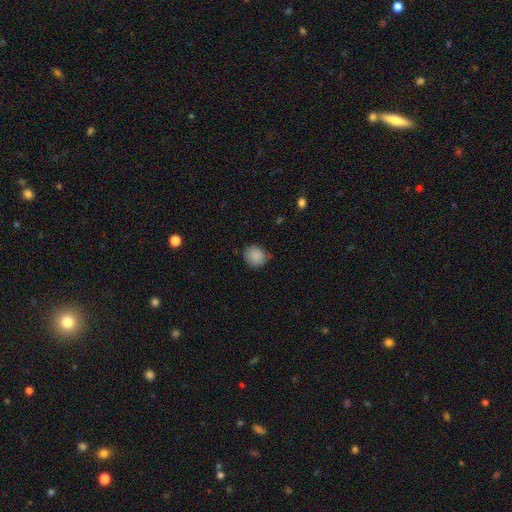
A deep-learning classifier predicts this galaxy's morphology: A smooth galaxy with no disk features (87%) that is round (80%). Merging: none (73%).